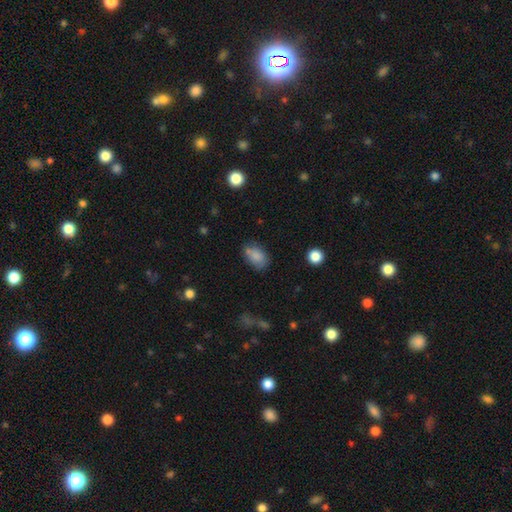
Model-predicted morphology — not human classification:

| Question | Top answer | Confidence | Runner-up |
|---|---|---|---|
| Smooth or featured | smooth | 81% | featured or disk (10%) |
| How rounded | in between | 84% | round (15%) |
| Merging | none | 59% | minor disturbance (24%) |